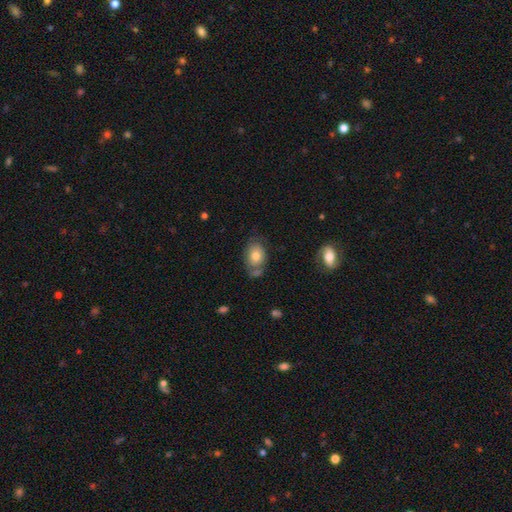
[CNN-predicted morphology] smooth_or_featured: smooth (p=0.72) [alt: featured or disk p=0.21]
how_rounded: in between (p=0.77) [alt: round p=0.22]
merging: none (p=0.54) [alt: minor disturbance p=0.22]